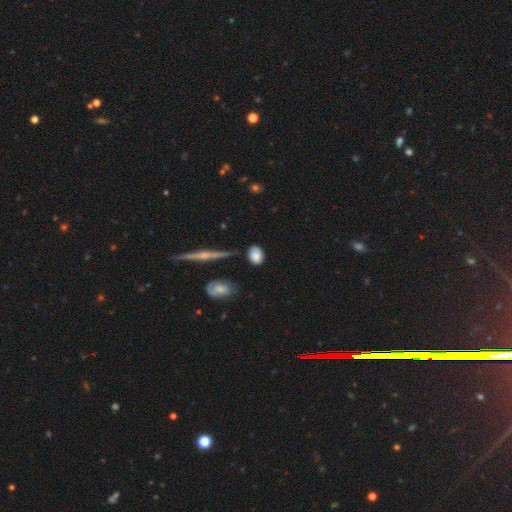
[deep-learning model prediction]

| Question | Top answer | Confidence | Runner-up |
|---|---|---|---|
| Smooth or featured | smooth | 79% | featured or disk (13%) |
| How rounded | in between | 65% | round (32%) |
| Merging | none | 68% | minor disturbance (22%) |